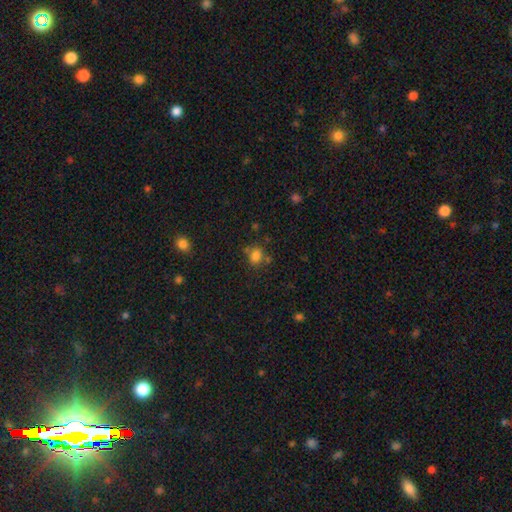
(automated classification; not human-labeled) smooth-or-featured: smooth: 78% | star or artifact: 15% | featured or disk: 7%
  how-rounded: round: 69% | in between: 30% | cigar-shaped: 1%
  merging: none: 65% | minor disturbance: 15% | merger: 15% | major disturbance: 5%